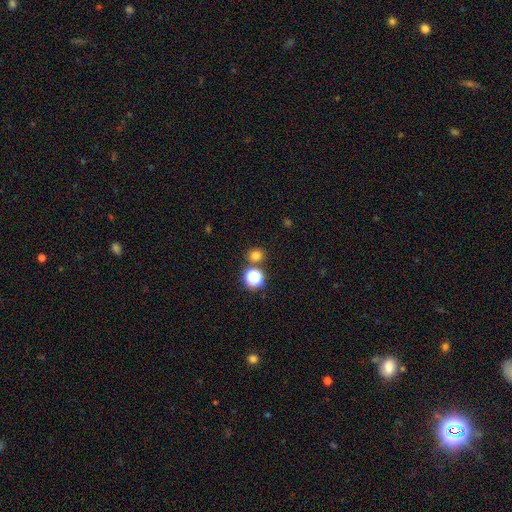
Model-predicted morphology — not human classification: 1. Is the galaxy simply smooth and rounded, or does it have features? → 74% smooth, 21% star or artifact, 5% featured or disk.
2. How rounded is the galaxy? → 84% round, 15% in between, 1% cigar-shaped.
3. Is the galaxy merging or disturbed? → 79% none, 11% merger, 7% minor disturbance, 3% major disturbance.